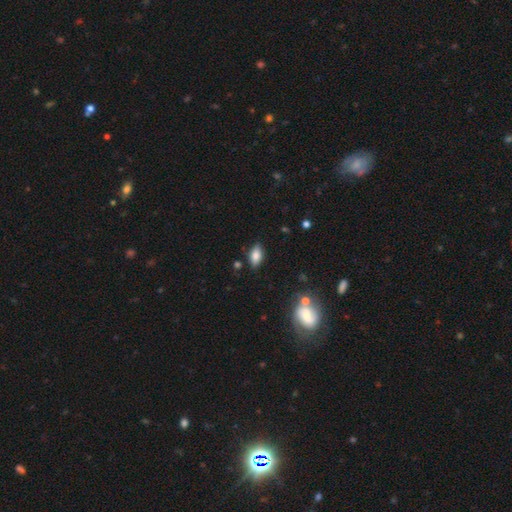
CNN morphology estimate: The model was most divided on "smooth or featured": smooth: 78%, featured or disk: 13%, star or artifact: 9%. More confident: how rounded — in between (89%); merging — none (83%).